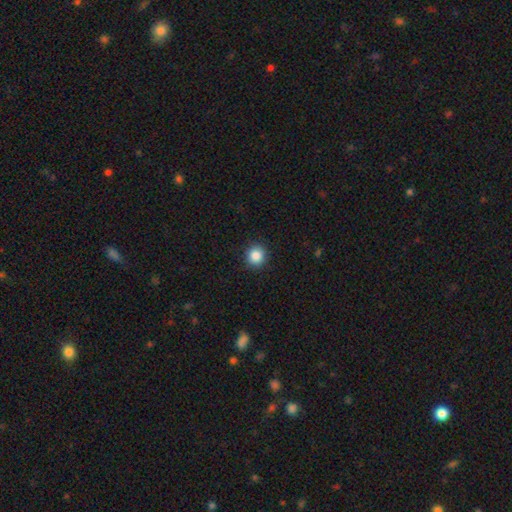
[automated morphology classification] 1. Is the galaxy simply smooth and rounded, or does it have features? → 86% smooth, 10% star or artifact, 4% featured or disk.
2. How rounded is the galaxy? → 92% round, 8% in between, 1% cigar-shaped.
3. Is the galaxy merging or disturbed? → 92% none, 6% minor disturbance, 2% major disturbance, 1% merger.